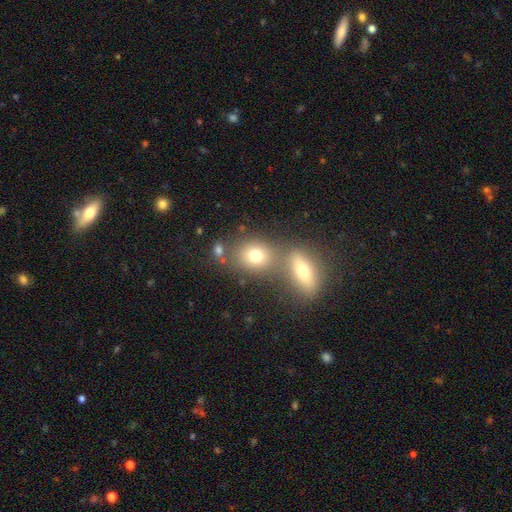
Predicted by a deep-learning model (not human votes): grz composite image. It shows a smooth galaxy with no disk features (76%) that is round (55%). Merging: none (50%).